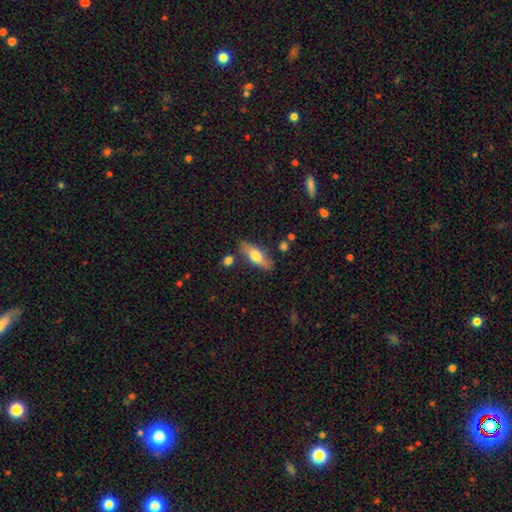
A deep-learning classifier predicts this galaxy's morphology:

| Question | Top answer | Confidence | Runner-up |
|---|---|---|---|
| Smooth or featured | smooth | 60% | featured or disk (34%) |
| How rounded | in between | 60% | cigar-shaped (37%) |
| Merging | none | 80% | minor disturbance (12%) |